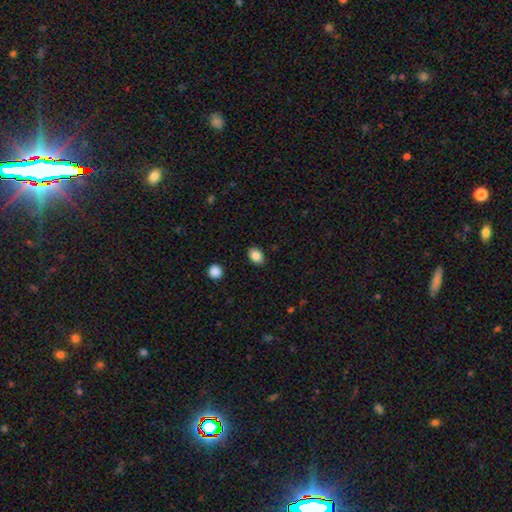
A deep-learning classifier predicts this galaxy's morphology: smooth-or-featured: smooth: 86% | star or artifact: 9% | featured or disk: 5%
  how-rounded: in between: 78% | round: 21% | cigar-shaped: 1%
  merging: none: 88% | minor disturbance: 9% | major disturbance: 2% | merger: 1%